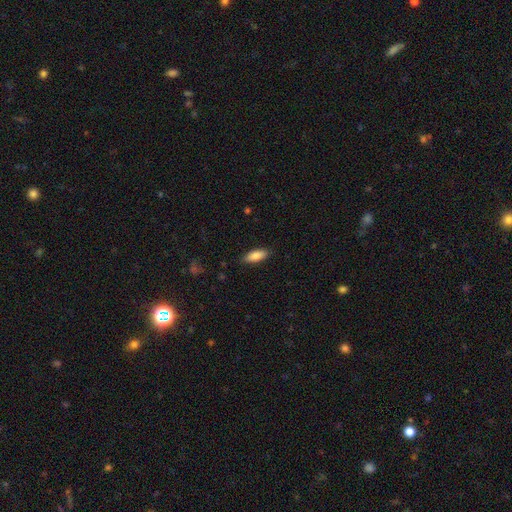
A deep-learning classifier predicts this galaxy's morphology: Overall: smooth (84%). How rounded: in between (74%). Merging: none (87%).